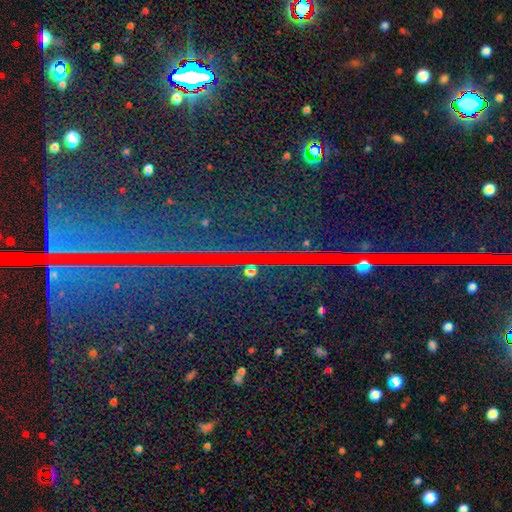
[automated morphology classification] Smooth or featured: star or artifact — 83% (featured or disk — 10%)